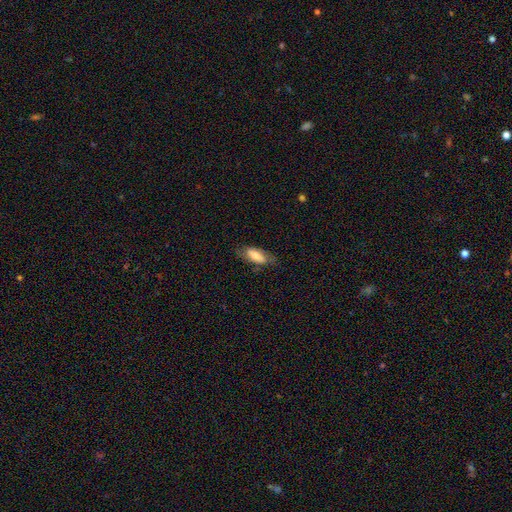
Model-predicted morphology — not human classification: smooth 71%, featured or disk 22%, star or artifact 6%. Down the decision tree: how rounded — in between (74%); merging — none (71%).